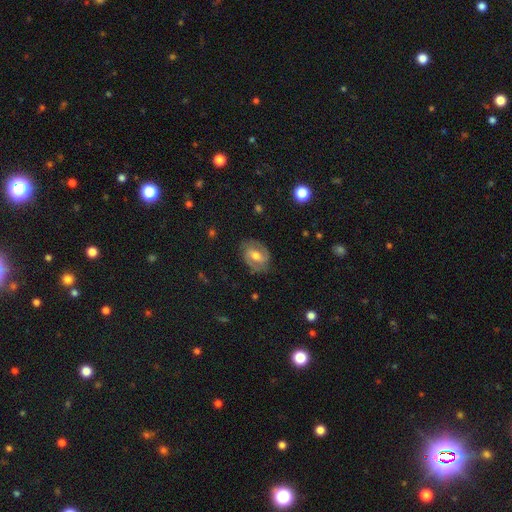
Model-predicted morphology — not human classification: featured or disk 67%, smooth 26%, star or artifact 7%. Down the decision tree: edge-on disk — no (96%); bar — weak (50%); spiral arms — yes (83%); spiral arm count — 2 (84%); spiral winding — medium (47%); bulge size — moderate (68%); merging — none (78%).